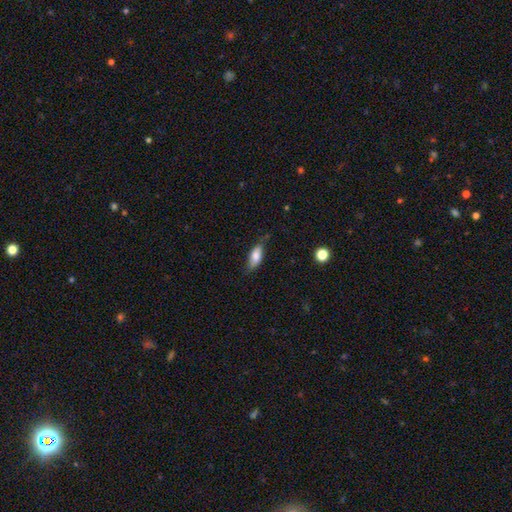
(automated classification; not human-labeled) Smooth or featured? smooth (76%)
How rounded? in between (80%)
Merging? none (65%)